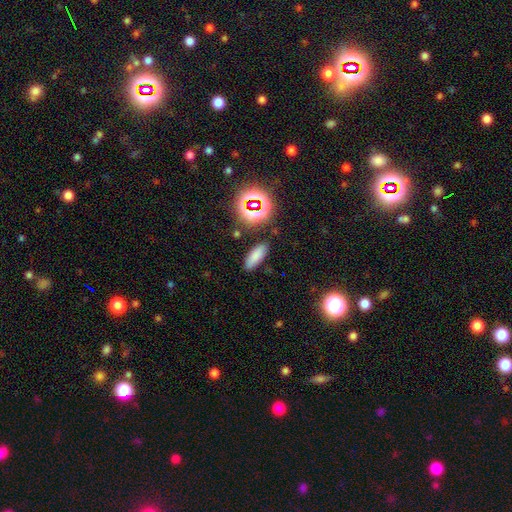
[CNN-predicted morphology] Overall: smooth (75%). How rounded: in between (67%; cigar-shaped 27%). Merging: none (86%).